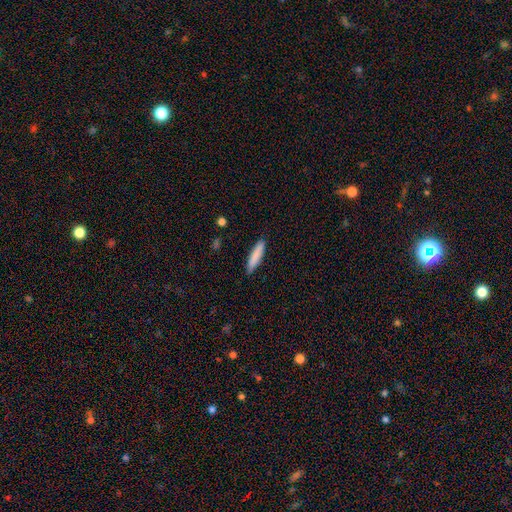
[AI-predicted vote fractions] Q: Smooth or featured?
A: smooth (84%); runner-up: featured or disk (10%)
Q: How rounded?
A: cigar-shaped (84%); runner-up: in between (15%)
Q: Merging?
A: none (86%); runner-up: minor disturbance (11%)